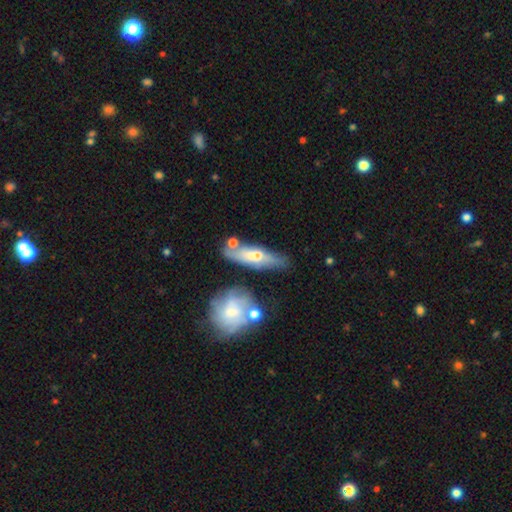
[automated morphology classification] A smooth galaxy with no disk features (48%).

Vote fractions:
- Smooth or featured? smooth: 48% / featured or disk: 45% / star or artifact: 7%
- Merging? none: 61% / minor disturbance: 17% / merger: 15% / major disturbance: 7%